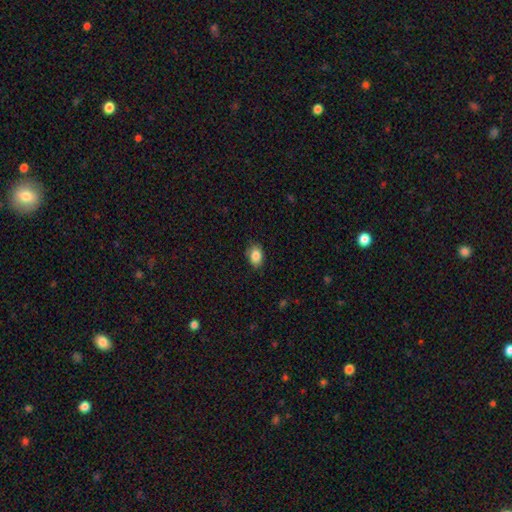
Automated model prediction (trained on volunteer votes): Overall: smooth (86%). How rounded: in between (80%). Merging: none (81%).